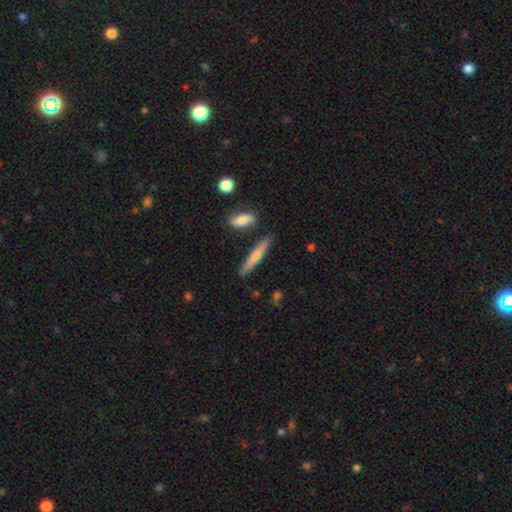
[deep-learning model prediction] smooth-or-featured: smooth: 52% | featured or disk: 42% | star or artifact: 6%
  how-rounded: cigar-shaped: 90% | in between: 8% | round: 2%
  merging: none: 84% | minor disturbance: 10% | merger: 4% | major disturbance: 2%